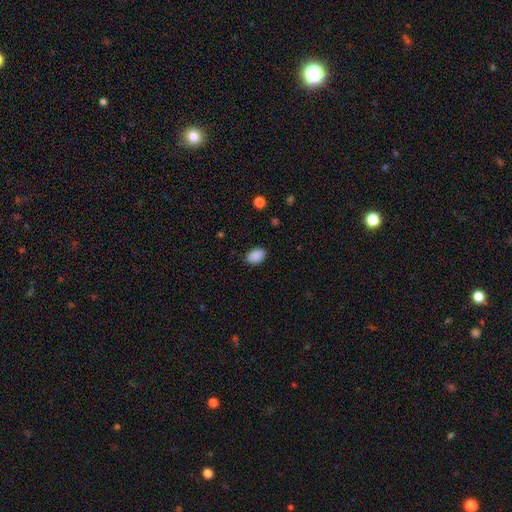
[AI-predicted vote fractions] A smooth galaxy with no disk features (89%) that is in between round and cigar-shaped (82%).

Vote fractions:
- Smooth or featured? smooth: 89% / star or artifact: 8% / featured or disk: 3%
- How rounded? in between: 82% / round: 17% / cigar-shaped: 1%
- Merging? none: 85% / minor disturbance: 11% / major disturbance: 3% / merger: 1%